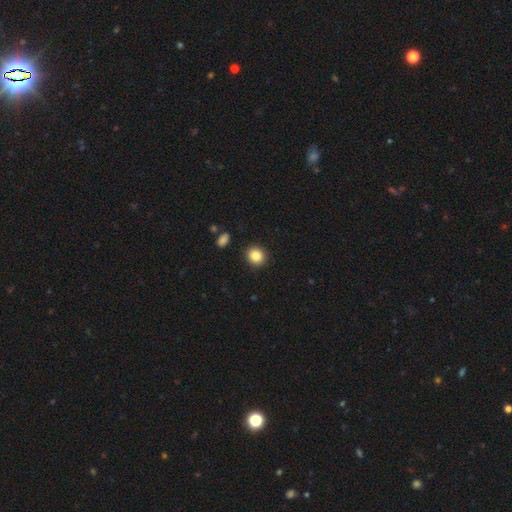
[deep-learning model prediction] Smooth or featured? Predicted: smooth (p=0.86). How rounded? Predicted: round (p=0.83). Merging? Predicted: none (p=0.91).